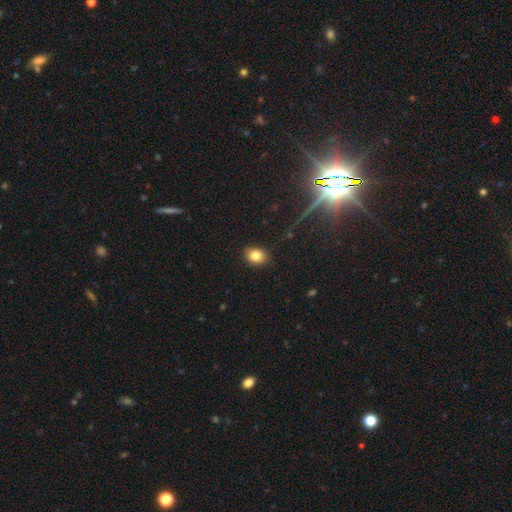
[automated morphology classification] Overall: smooth (82%). How rounded: in between (56%; round 43%). Merging: none (87%).